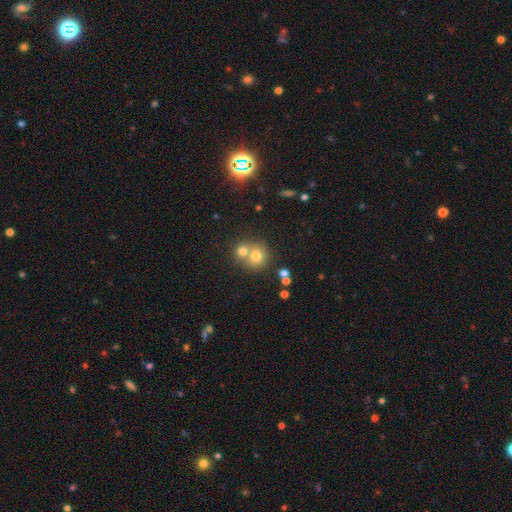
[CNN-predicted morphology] Smooth or featured? smooth (72%)
How rounded? round (82%)
Merging? merger (52%)